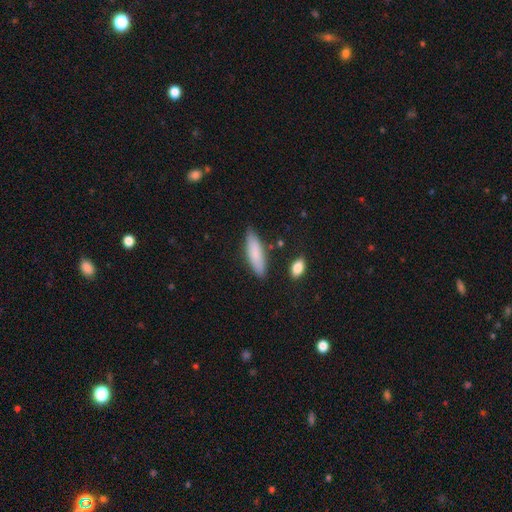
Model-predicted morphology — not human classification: This is clearly a smooth galaxy (82%). How rounded: possibly cigar-shaped (56%). Merging: clearly none (80%).